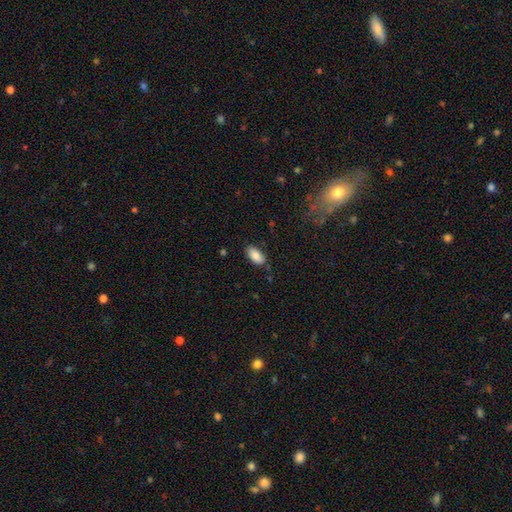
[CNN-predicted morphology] Smooth or featured?
  - smooth: 86% *
  - star or artifact: 7%
  - featured or disk: 7%
How rounded?
  - in between: 93% *
  - cigar-shaped: 4%
  - round: 3%
Merging?
  - none: 81% *
  - minor disturbance: 15%
  - major disturbance: 3%
  - merger: 2%